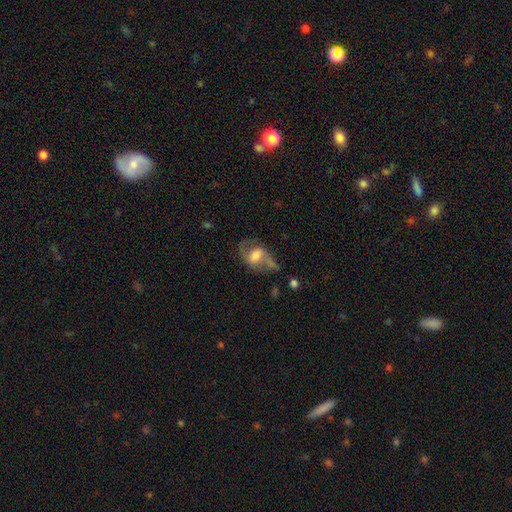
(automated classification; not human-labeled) The model was most divided on "bulge size": moderate: 37%, large: 36%, small: 14%, none: 9%, dominant: 4%. Remaining: edge-on disk — no (95%); spiral arms — yes (77%); smooth or featured — featured or disk (60%); bar — weak (44%); merging — none (42%).